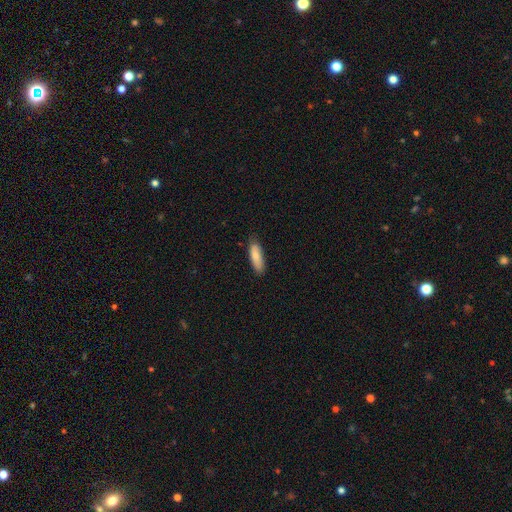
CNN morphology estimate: A smooth galaxy with no disk features (82%) that is in between round and cigar-shaped (55%). Merging: none (80%).